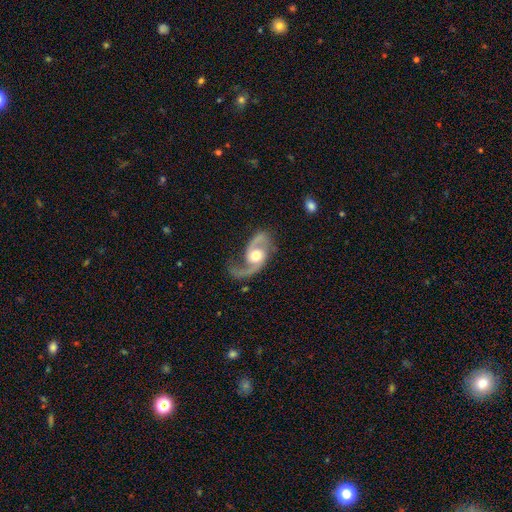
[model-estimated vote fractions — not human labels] Overall: featured or disk (91%). Edge-on disk: no (97%). Bar: no (66%; weak 27%). Spiral arms: yes (97%). Spiral arm count: 2 (91%). Spiral winding: loose (47%; medium 44%). Bulge size: moderate (70%). Merging: none (68%).